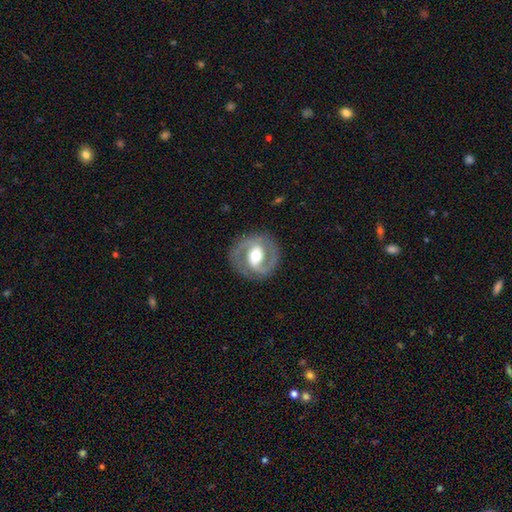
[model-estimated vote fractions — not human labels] Morphology: type=featured or disk (83%); edge-on=no (97%); bar=weak (41%); spiral arms=yes (89%); winding=medium (50%); arm count=2 (89%); bulge=moderate (67%); merging=none (85%).